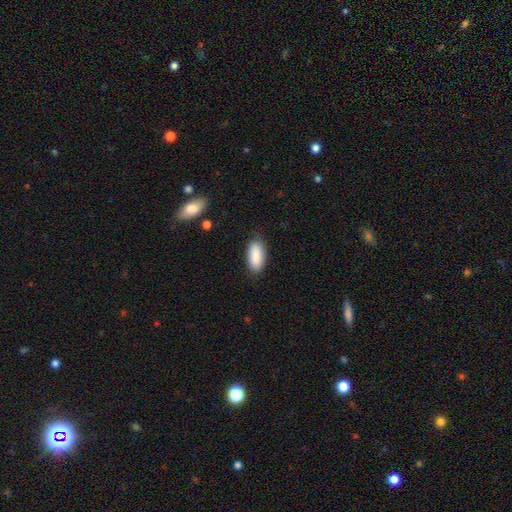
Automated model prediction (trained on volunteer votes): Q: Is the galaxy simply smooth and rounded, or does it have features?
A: smooth — 89%.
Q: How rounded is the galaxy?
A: in between — 86%.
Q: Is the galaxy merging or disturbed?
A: none — 83%.